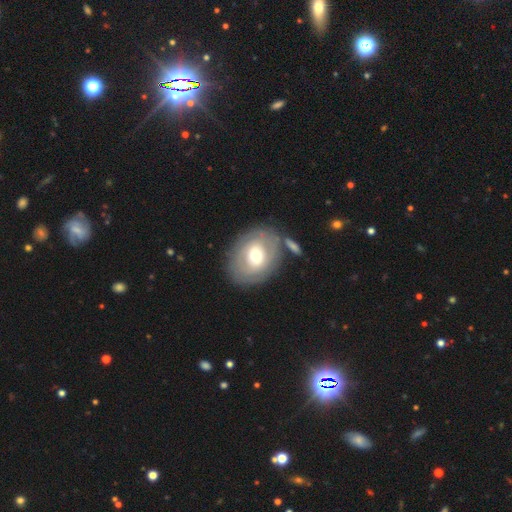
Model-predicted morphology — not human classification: Overall: smooth (47%; featured or disk 46%). Merging: none (70%).